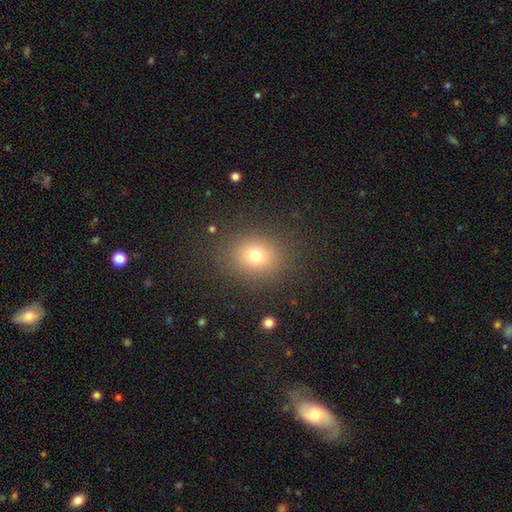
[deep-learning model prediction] Q: Smooth or featured?
A: smooth (73%); runner-up: star or artifact (16%)
Q: How rounded?
A: round (67%); runner-up: in between (32%)
Q: Merging?
A: none (85%); runner-up: minor disturbance (9%)